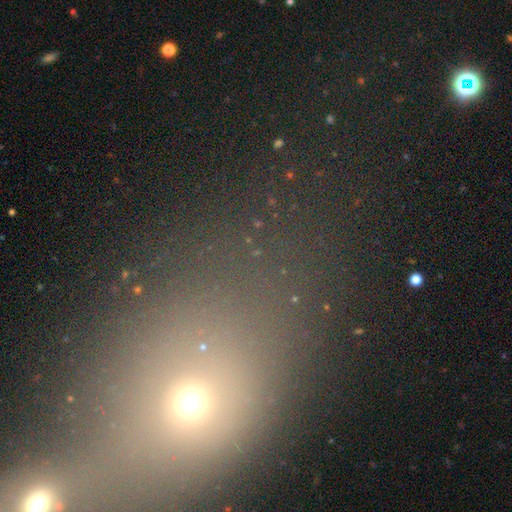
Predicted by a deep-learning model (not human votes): A smooth galaxy with no disk features (45%).

Vote fractions:
- Smooth or featured? smooth: 45% / star or artifact: 42% / featured or disk: 13%
- Merging? none: 64% / merger: 14% / minor disturbance: 12% / major disturbance: 9%